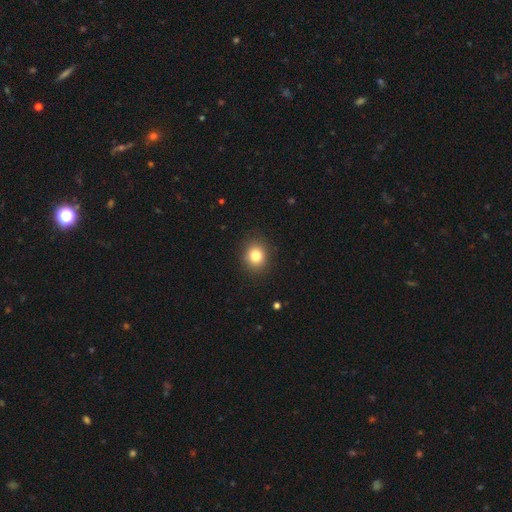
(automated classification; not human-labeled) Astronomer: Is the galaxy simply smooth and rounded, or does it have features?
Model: smooth — 82%.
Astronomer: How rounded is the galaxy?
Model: round — 75%.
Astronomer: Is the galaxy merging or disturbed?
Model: none — 90%.